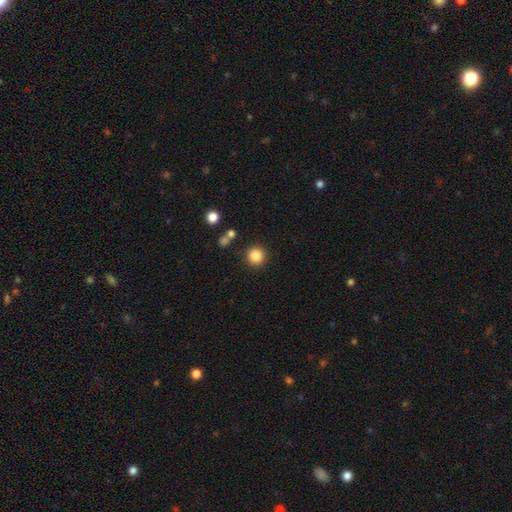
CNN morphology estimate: Q: Smooth or featured?
A: smooth (86%); runner-up: star or artifact (10%)
Q: How rounded?
A: round (94%); runner-up: in between (5%)
Q: Merging?
A: none (87%); runner-up: minor disturbance (6%)